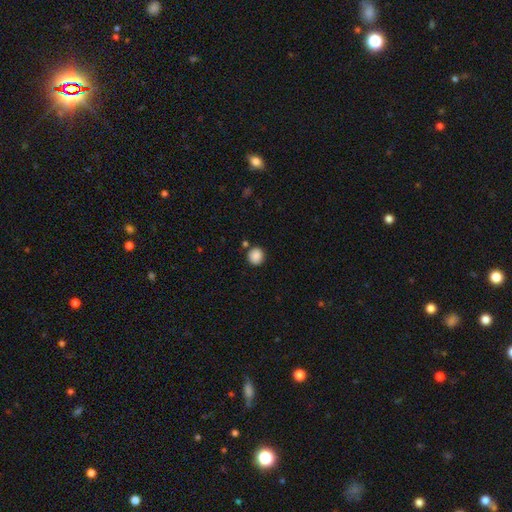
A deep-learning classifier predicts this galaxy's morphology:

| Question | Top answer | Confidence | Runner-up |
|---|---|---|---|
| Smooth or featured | smooth | 88% | star or artifact (8%) |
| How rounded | round | 89% | in between (10%) |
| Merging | none | 82% | minor disturbance (9%) |